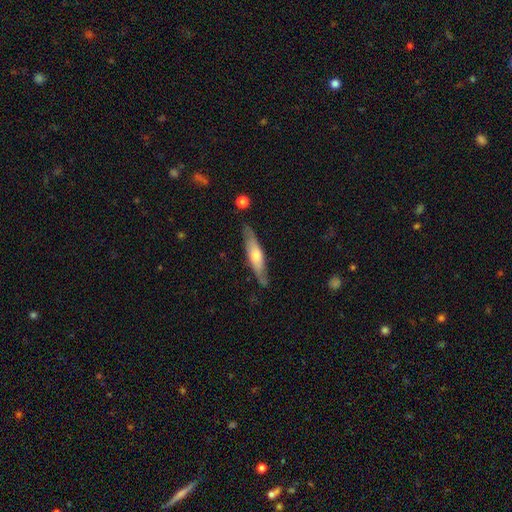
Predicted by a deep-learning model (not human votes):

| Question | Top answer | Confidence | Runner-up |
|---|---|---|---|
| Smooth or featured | featured or disk | 52% | smooth (43%) |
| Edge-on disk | yes | 80% | no (20%) |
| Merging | none | 81% | minor disturbance (14%) |